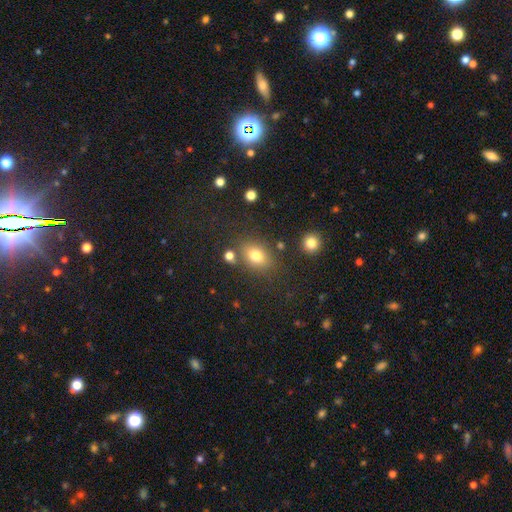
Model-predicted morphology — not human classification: Smooth or featured? Predicted: smooth (p=0.77). How rounded? Predicted: in between (p=0.67). Merging? Predicted: none (p=0.75).